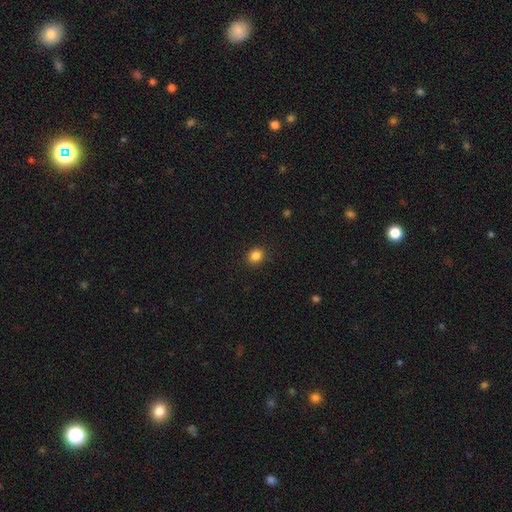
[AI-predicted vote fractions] smooth 85%, star or artifact 11%, featured or disk 4%. Down the decision tree: how rounded — round (70%); merging — none (90%).